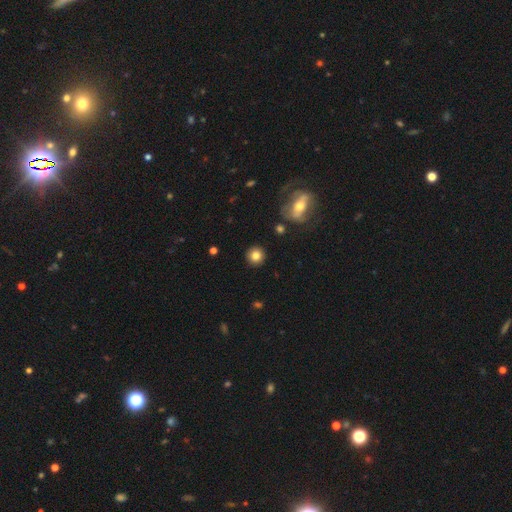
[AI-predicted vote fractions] A smooth galaxy with no disk features (81%) that is round (93%).

Vote fractions:
- Smooth or featured? smooth: 81% / star or artifact: 10% / featured or disk: 8%
- How rounded? round: 93% / in between: 6% / cigar-shaped: 1%
- Merging? none: 90% / minor disturbance: 6% / major disturbance: 2% / merger: 2%